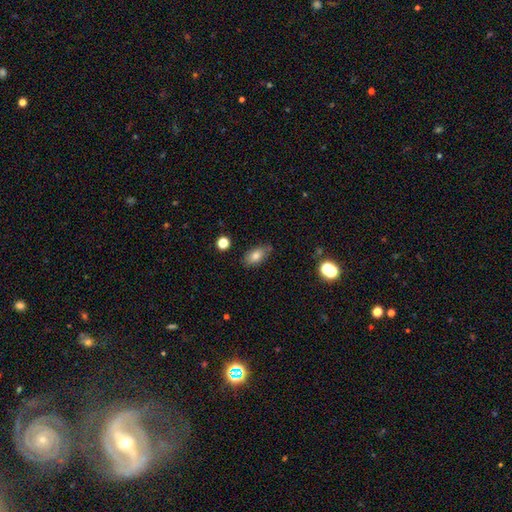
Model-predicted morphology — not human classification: A smooth galaxy with no disk features (78%) that is in between round and cigar-shaped (87%).

Vote fractions:
- Smooth or featured? smooth: 78% / featured or disk: 13% / star or artifact: 9%
- How rounded? in between: 87% / round: 8% / cigar-shaped: 5%
- Merging? none: 76% / minor disturbance: 19% / major disturbance: 3% / merger: 2%